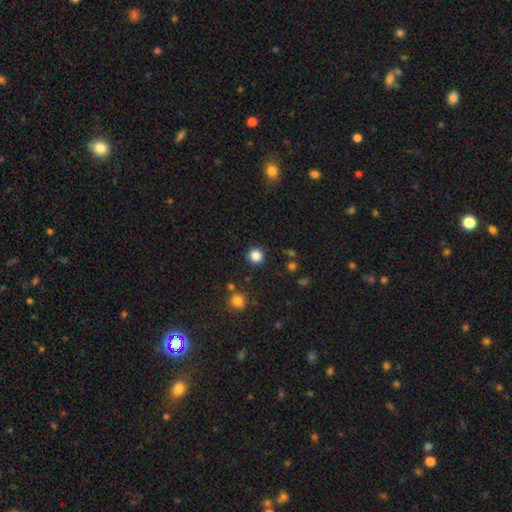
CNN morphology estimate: Smooth or featured? smooth (85%)
How rounded? round (92%)
Merging? none (89%)